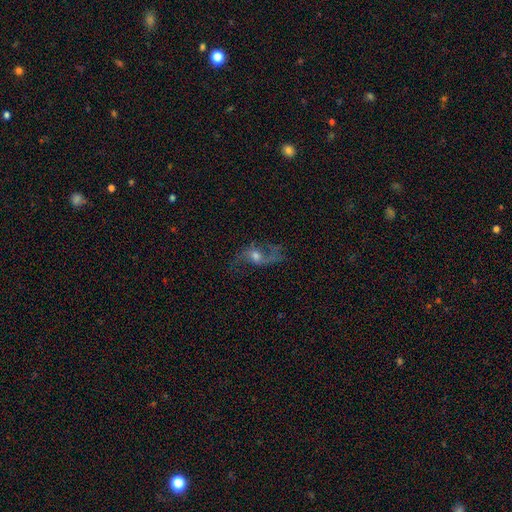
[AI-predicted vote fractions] Overall: featured or disk (75%). Edge-on disk: no (92%). Bar: no (60%; weak 31%). Spiral arms: yes (91%). Spiral arm count: 2 (87%). Spiral winding: loose (74%). Bulge size: moderate (59%; small 26%). Merging: none (65%).